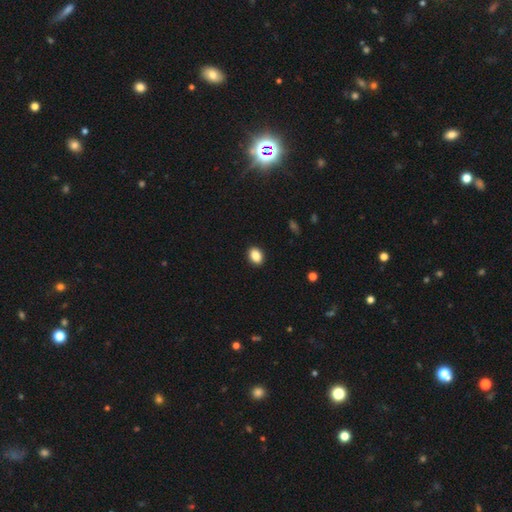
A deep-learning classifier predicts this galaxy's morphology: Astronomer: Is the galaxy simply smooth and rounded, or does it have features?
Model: smooth — 88%.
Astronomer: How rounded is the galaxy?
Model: in between — 69%.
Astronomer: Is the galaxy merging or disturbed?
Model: none — 91%.